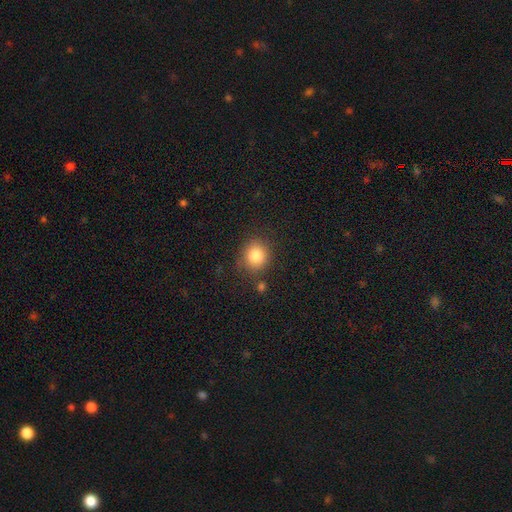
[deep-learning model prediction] smooth-or-featured: smooth: 83% | star or artifact: 10% | featured or disk: 6%
  how-rounded: round: 83% | in between: 16% | cigar-shaped: 1%
  merging: none: 82% | minor disturbance: 11% | merger: 4% | major disturbance: 3%